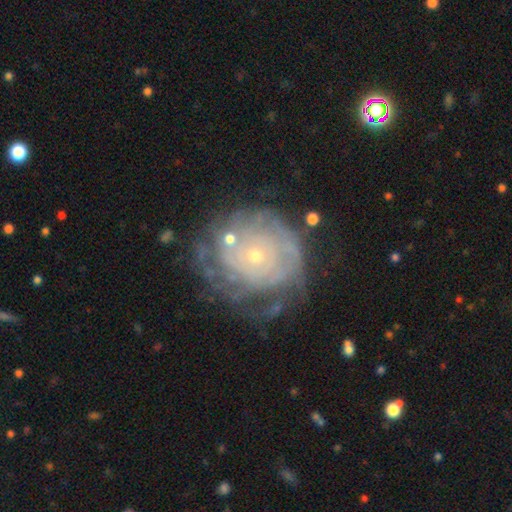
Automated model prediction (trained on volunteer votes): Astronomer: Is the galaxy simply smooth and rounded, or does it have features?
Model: featured or disk — 77%.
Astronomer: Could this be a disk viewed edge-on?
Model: no — 97%.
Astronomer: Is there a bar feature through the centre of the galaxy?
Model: no — 87%.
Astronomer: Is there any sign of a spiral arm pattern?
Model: yes — 78%.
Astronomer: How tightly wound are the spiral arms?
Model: tight — 81%.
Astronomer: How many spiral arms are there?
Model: can't tell — 57%.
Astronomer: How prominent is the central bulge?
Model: small — 76%.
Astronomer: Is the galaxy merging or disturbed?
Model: none — 60%.